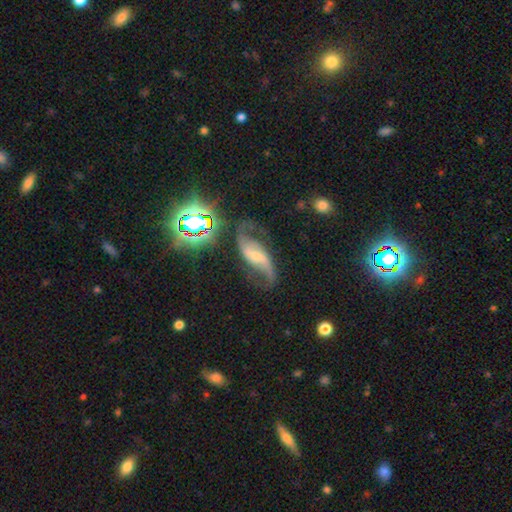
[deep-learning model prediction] Morphology: type=featured or disk (83%); edge-on=no (95%); bar=weak (40%); spiral arms=yes (96%); winding=loose (78%); arm count=2 (92%); bulge=small (48%); merging=none (66%).